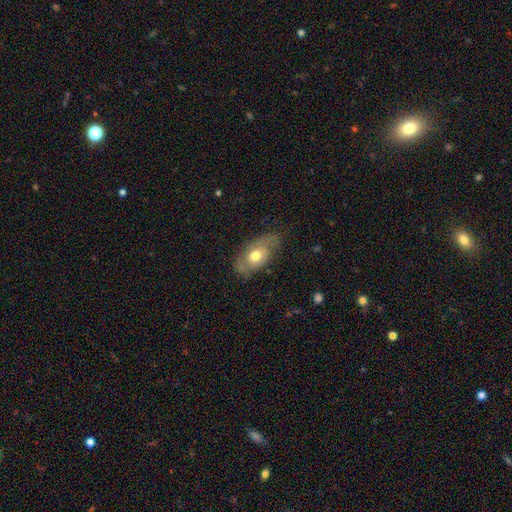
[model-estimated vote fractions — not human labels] Smooth or featured?
  - smooth: 50% *
  - featured or disk: 43%
  - star or artifact: 6%
How rounded?
  - in between: 87% *
  - round: 9%
  - cigar-shaped: 4%
Merging?
  - none: 63% *
  - minor disturbance: 26%
  - major disturbance: 9%
  - merger: 1%